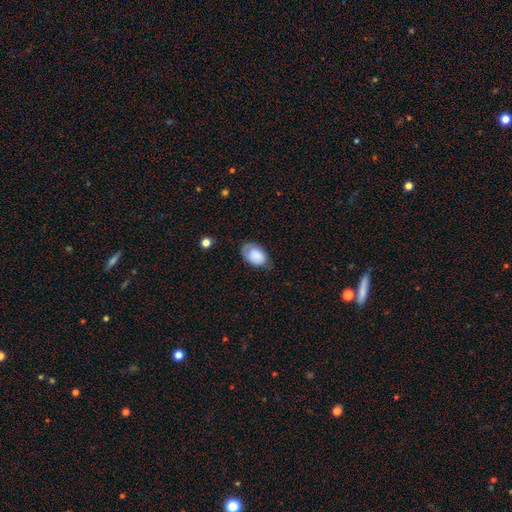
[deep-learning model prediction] The model was most divided on "merging": none: 59%, minor disturbance: 30%, major disturbance: 10%, merger: 2%. More confident: how rounded — in between (88%); smooth or featured — smooth (75%).